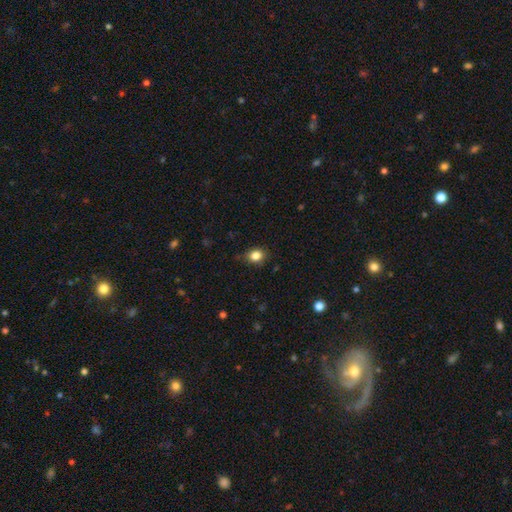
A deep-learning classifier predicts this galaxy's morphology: Smooth or featured? Predicted: smooth (p=0.84). How rounded? Predicted: round (p=0.60). Merging? Predicted: none (p=0.82).